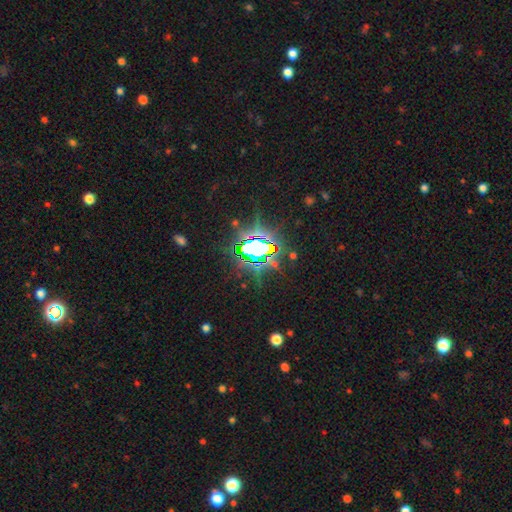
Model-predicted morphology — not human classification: smooth_or_featured: star or artifact (p=0.79) [alt: smooth p=0.10]